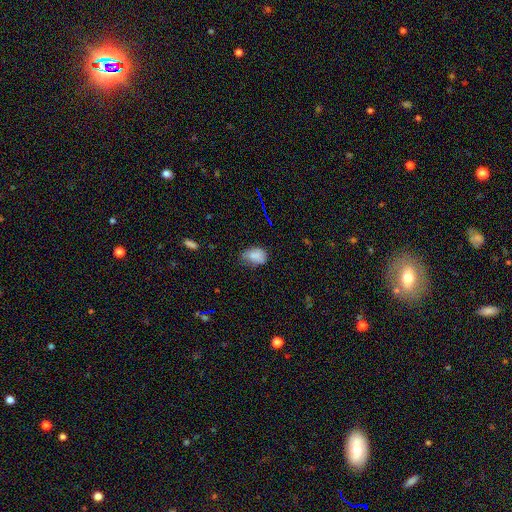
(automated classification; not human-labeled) Smooth or featured: smooth — 81% (star or artifact — 10%)
How rounded: in between — 79% (round — 19%)
Merging: none — 51% (minor disturbance — 38%)